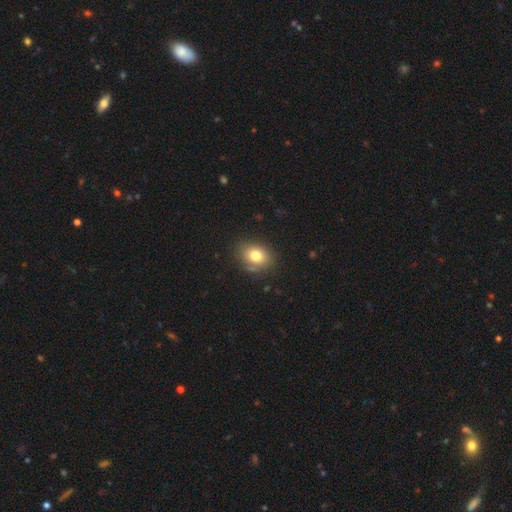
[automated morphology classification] Q: Smooth or featured?
A: smooth (77%); runner-up: featured or disk (12%)
Q: How rounded?
A: in between (64%); runner-up: round (35%)
Q: Merging?
A: none (80%); runner-up: minor disturbance (14%)